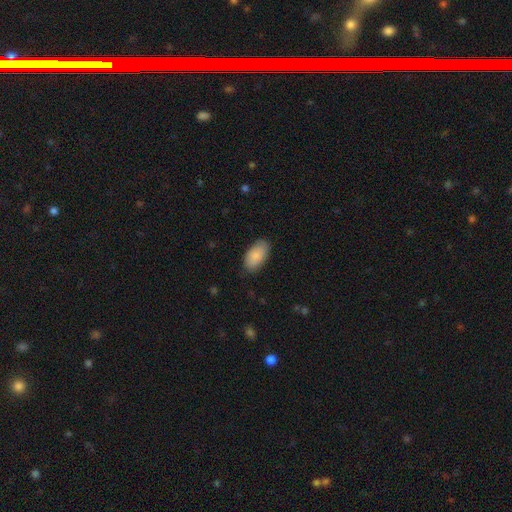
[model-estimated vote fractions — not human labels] Smooth or featured? smooth (87%)
How rounded? in between (95%)
Merging? none (83%)